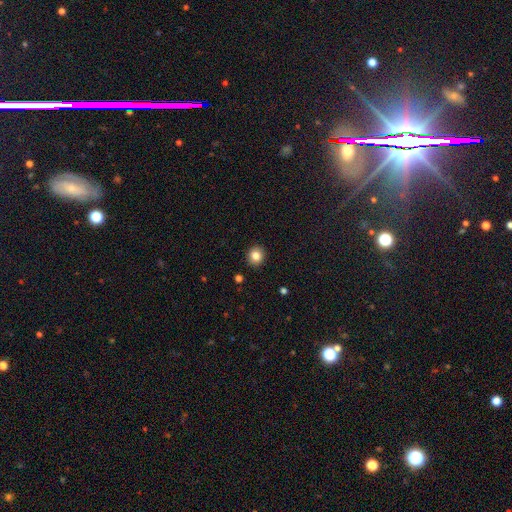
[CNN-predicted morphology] A smooth galaxy with no disk features (84%) that is round (85%).

Vote fractions:
- Smooth or featured? smooth: 84% / star or artifact: 10% / featured or disk: 6%
- How rounded? round: 85% / in between: 15% / cigar-shaped: 1%
- Merging? none: 91% / minor disturbance: 6% / major disturbance: 2% / merger: 1%